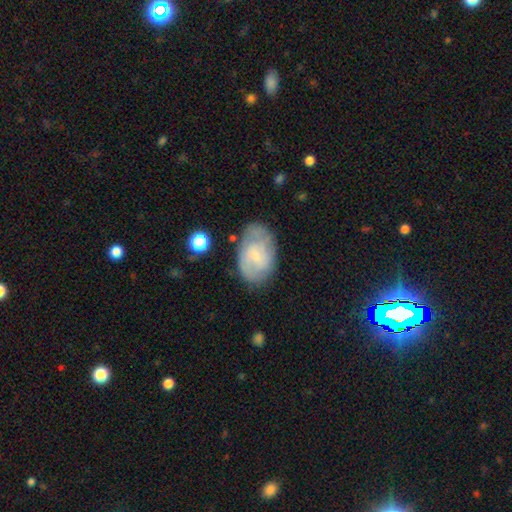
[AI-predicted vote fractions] A featured or disk galaxy (54%) with no bar (58%), spiral arms (78%) and a small central bulge (72%). Merging: none (67%).